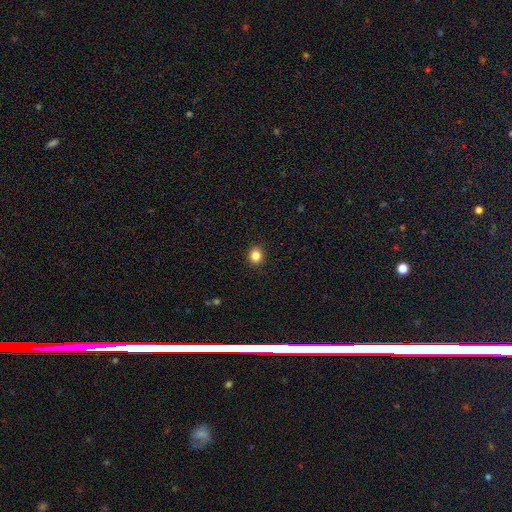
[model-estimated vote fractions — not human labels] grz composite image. It shows a smooth galaxy with no disk features (85%) that is round (81%). Merging: none (92%).